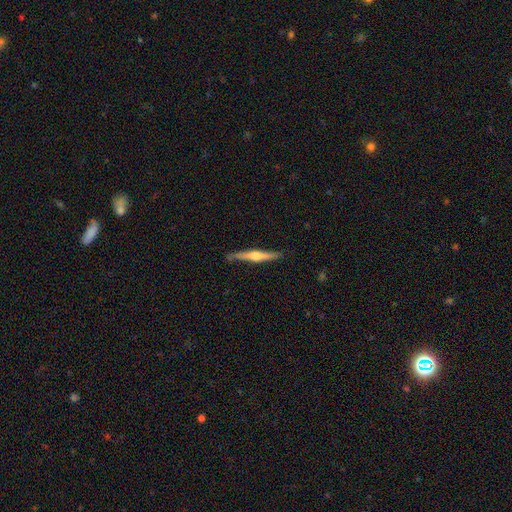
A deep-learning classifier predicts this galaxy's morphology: type=featured or disk (67%); edge-on=yes (97%); edge-on bulge=rounded (89%); merging=none (84%).